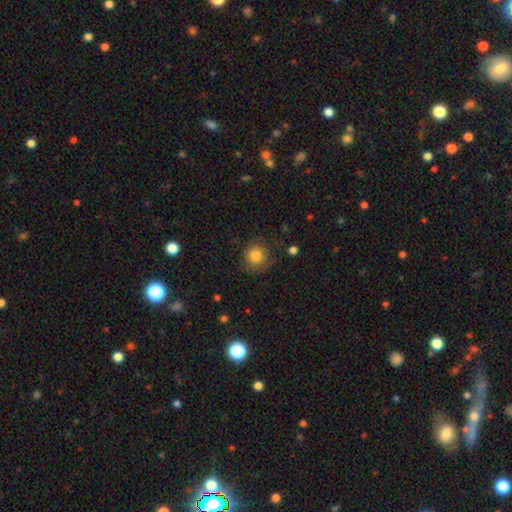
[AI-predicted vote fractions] Overall: smooth (81%). How rounded: round (91%). Merging: none (77%).